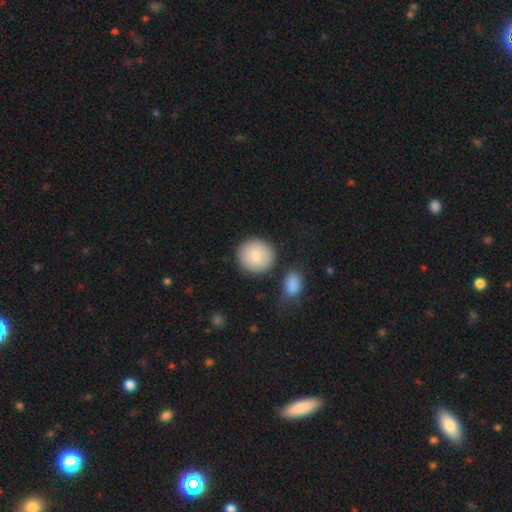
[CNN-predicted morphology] The model was most divided on "merging": none: 78%, minor disturbance: 10%, merger: 9%, major disturbance: 3%. More confident: how rounded — round (90%); smooth or featured — smooth (86%).